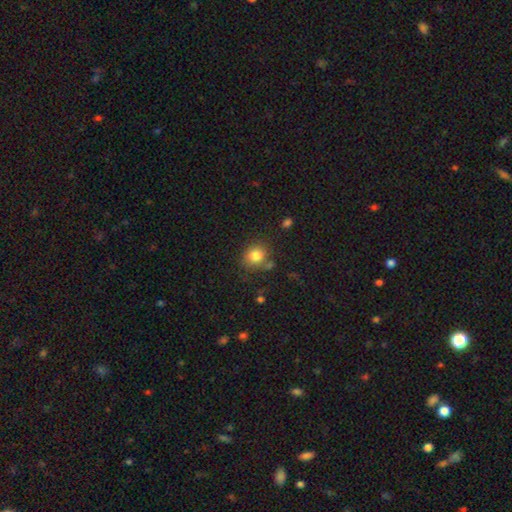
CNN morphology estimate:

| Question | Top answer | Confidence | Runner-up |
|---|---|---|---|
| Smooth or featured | smooth | 82% | star or artifact (11%) |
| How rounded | round | 69% | in between (30%) |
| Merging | none | 71% | minor disturbance (16%) |